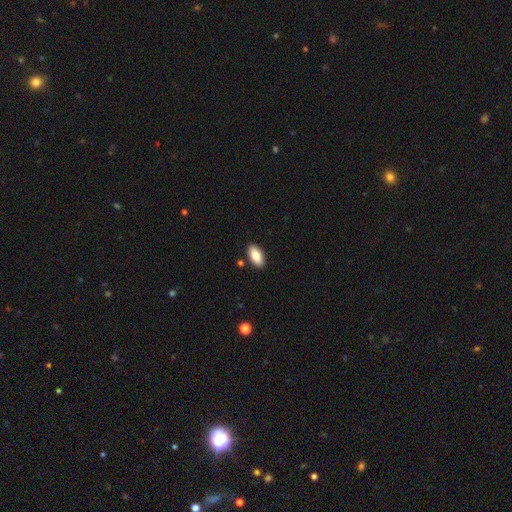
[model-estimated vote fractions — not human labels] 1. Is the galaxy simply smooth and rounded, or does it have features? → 82% smooth, 12% featured or disk, 7% star or artifact.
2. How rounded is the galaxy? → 92% in between, 5% cigar-shaped, 3% round.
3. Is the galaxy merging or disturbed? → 88% none, 8% minor disturbance, 2% merger, 2% major disturbance.